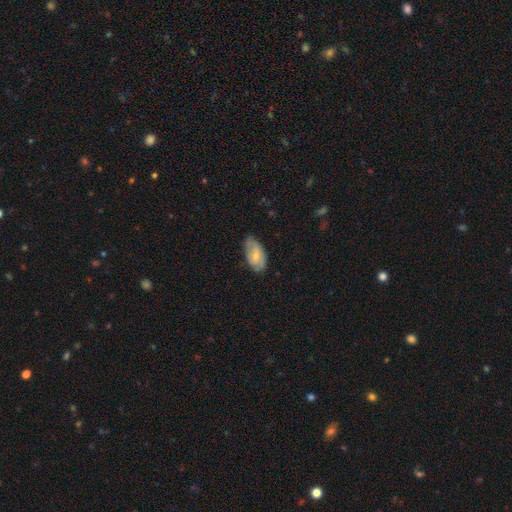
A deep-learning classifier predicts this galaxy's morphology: The model was most divided on "smooth or featured": smooth: 52%, featured or disk: 41%, star or artifact: 6%. More confident: how rounded — in between (93%); merging — none (60%).